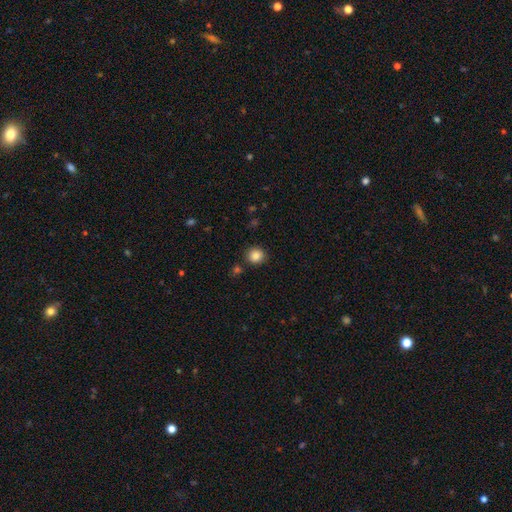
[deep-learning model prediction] A smooth galaxy with no disk features (85%) that is round (91%). Merging: none (87%).